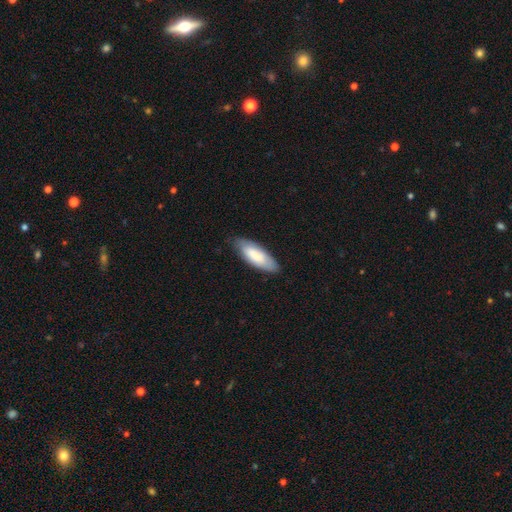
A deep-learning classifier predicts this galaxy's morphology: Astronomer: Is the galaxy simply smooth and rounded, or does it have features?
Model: smooth — 81%.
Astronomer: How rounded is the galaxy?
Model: in between — 72%.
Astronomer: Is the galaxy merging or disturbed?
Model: none — 79%.